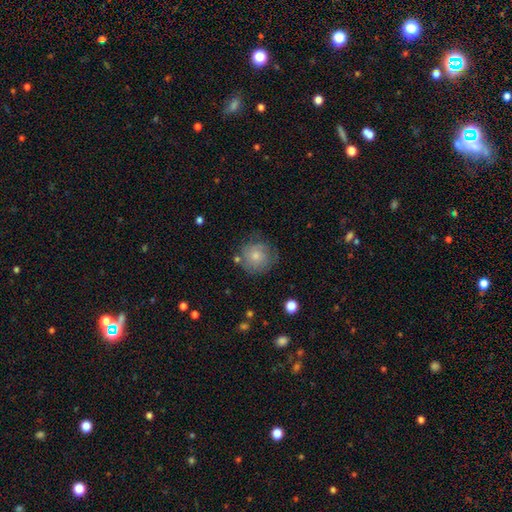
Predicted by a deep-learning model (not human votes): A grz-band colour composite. It shows a smooth galaxy with no disk features (70%) that is round (91%). Merging: none (67%).